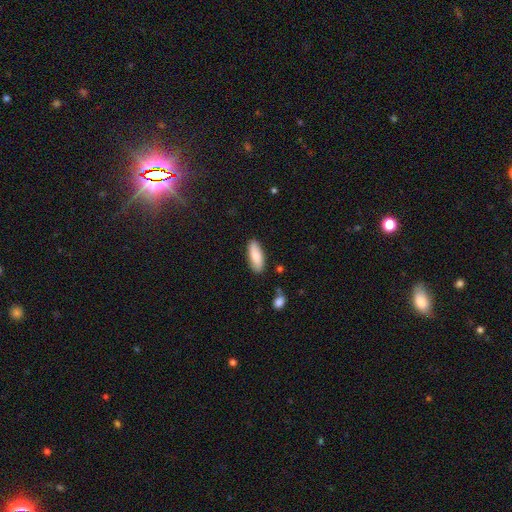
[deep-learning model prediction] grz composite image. It shows a smooth galaxy with no disk features (84%) that is in between round and cigar-shaped (70%). Merging: none (85%).